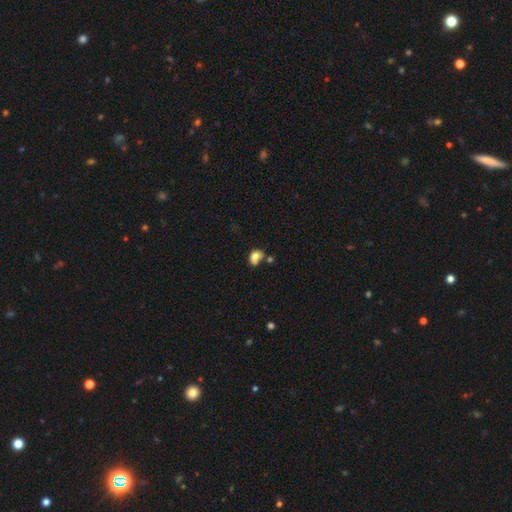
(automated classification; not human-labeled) A smooth galaxy with no disk features (79%) that is in between round and cigar-shaped (63%).

Vote fractions:
- Smooth or featured? smooth: 79% / featured or disk: 11% / star or artifact: 10%
- How rounded? in between: 63% / round: 36% / cigar-shaped: 1%
- Merging? none: 41% / merger: 25% / minor disturbance: 25% / major disturbance: 10%